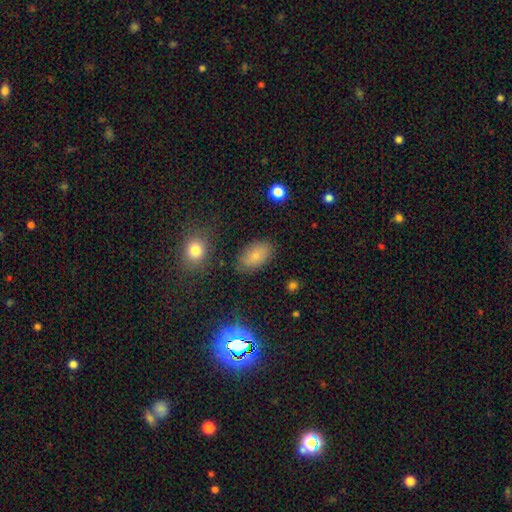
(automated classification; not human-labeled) This appears to be a smooth galaxy with no disk features (72%) that is in between round and cigar-shaped (91%). Merging: none (79%).